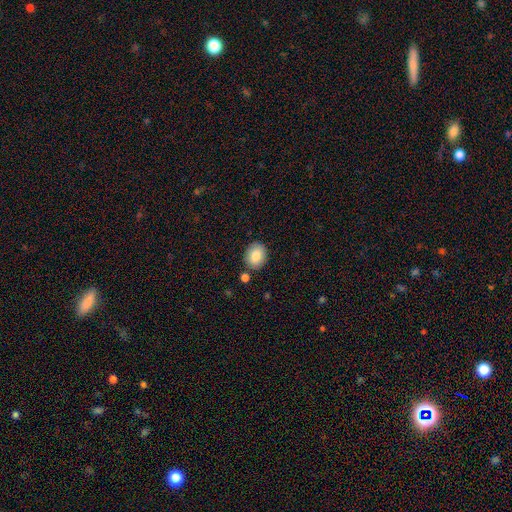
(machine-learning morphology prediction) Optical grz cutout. It shows a smooth galaxy with no disk features (83%) that is in between round and cigar-shaped (52%). Merging: none (82%).